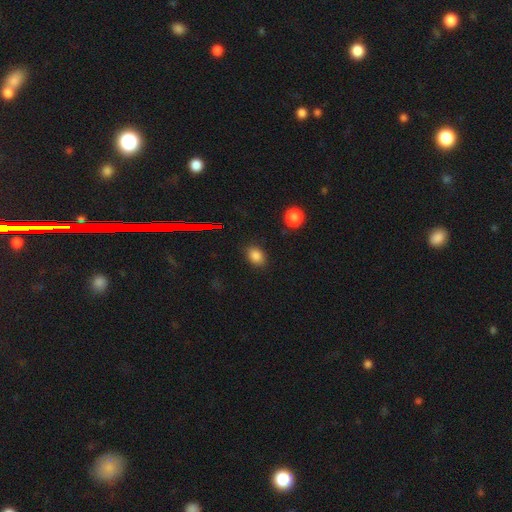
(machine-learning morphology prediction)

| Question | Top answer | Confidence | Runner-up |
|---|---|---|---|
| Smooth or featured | smooth | 82% | star or artifact (13%) |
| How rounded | in between | 70% | round (29%) |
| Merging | none | 85% | minor disturbance (11%) |